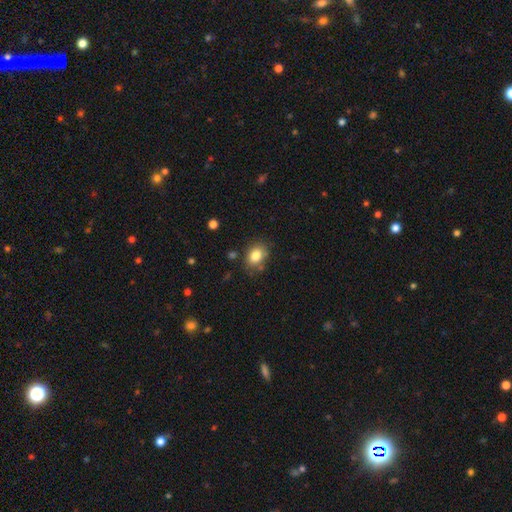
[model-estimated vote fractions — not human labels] Overall: smooth (83%). How rounded: in between (67%; round 32%). Merging: none (78%).